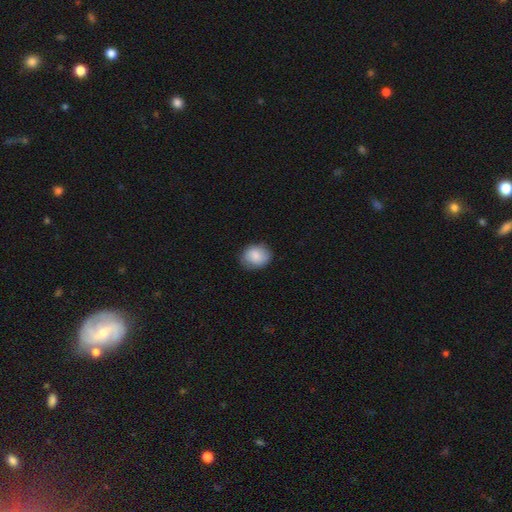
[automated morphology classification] Smooth or featured: smooth — 85% (featured or disk — 8%)
How rounded: round — 56% (in between — 44%)
Merging: none — 82% (minor disturbance — 14%)